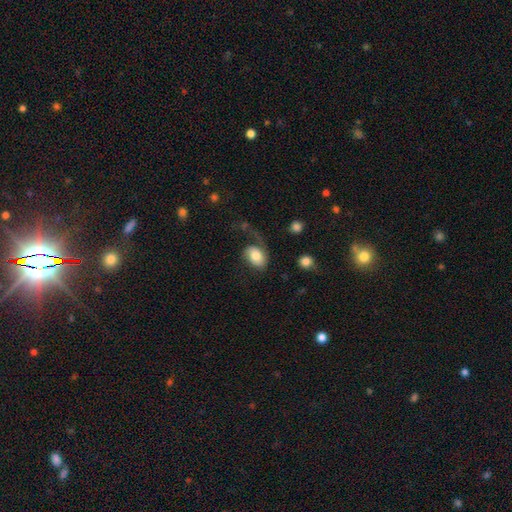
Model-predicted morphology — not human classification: This is likely a smooth galaxy (66%). How rounded: clearly in between (82%). Merging: marginally none (39%).